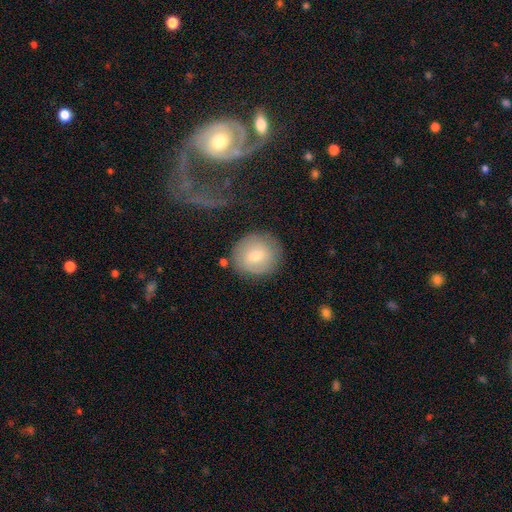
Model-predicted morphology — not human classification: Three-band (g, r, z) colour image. It shows a smooth galaxy with no disk features (66%) that is round (89%). Merging: none (82%).